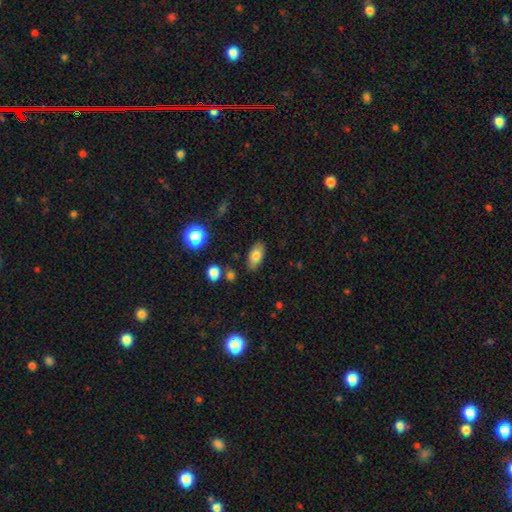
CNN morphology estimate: type=smooth (79%); roundness=in between (90%); merging=none (84%).